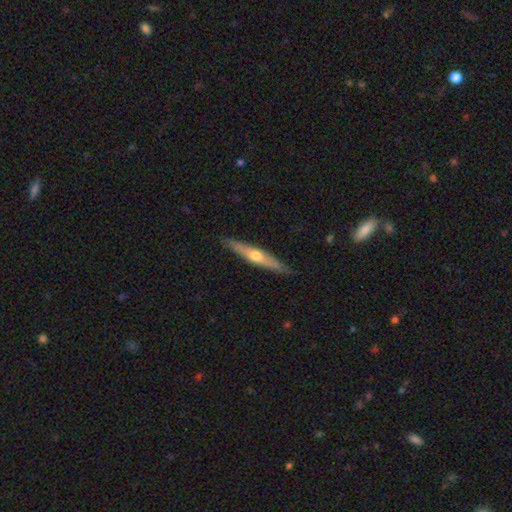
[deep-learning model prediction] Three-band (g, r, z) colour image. It shows a featured or disk galaxy (64%) viewed edge-on (95%) with a rounded central bulge (88%). Merging: none (90%).